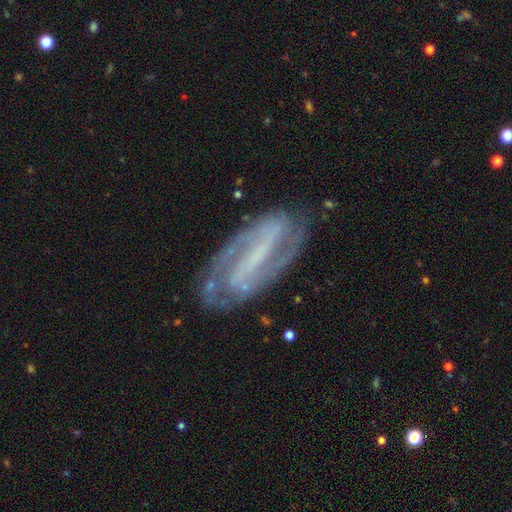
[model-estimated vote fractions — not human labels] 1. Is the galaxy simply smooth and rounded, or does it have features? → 86% featured or disk, 7% smooth, 6% star or artifact.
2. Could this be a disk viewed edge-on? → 94% no, 6% yes.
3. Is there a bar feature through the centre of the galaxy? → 68% strong, 23% weak, 9% no.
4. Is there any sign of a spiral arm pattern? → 94% yes, 6% no.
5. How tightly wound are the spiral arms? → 44% medium, 40% tight, 17% loose.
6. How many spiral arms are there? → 83% 2, 8% can't tell, 3% 3, 2% 1, 2% 4, 2% more than 4.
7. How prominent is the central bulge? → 44% none, 43% small, 10% moderate, 2% large, 1% dominant.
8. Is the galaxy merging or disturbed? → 77% none, 15% minor disturbance, 6% major disturbance, 2% merger.